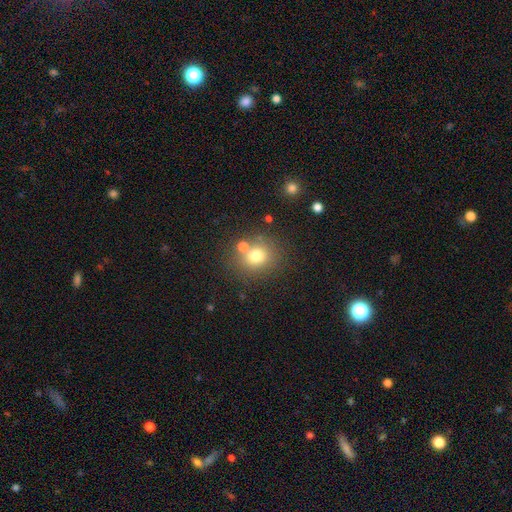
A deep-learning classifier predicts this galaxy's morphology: smooth_or_featured: smooth (p=0.74) [alt: star or artifact p=0.15]
how_rounded: round (p=0.81) [alt: in between p=0.18]
merging: none (p=0.70) [alt: merger p=0.16]